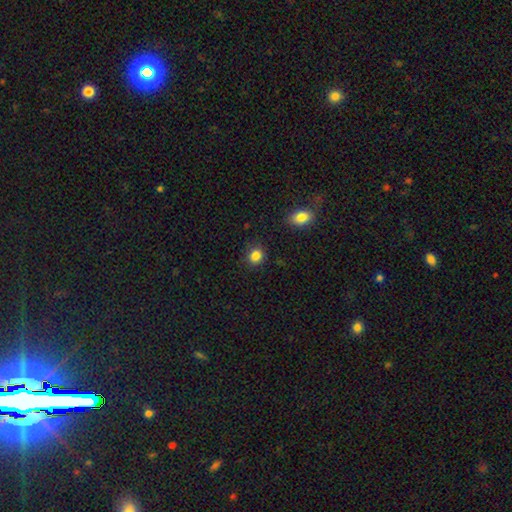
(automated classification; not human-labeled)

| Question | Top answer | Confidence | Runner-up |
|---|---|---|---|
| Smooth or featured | smooth | 85% | star or artifact (11%) |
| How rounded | round | 76% | in between (23%) |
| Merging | none | 85% | minor disturbance (10%) |